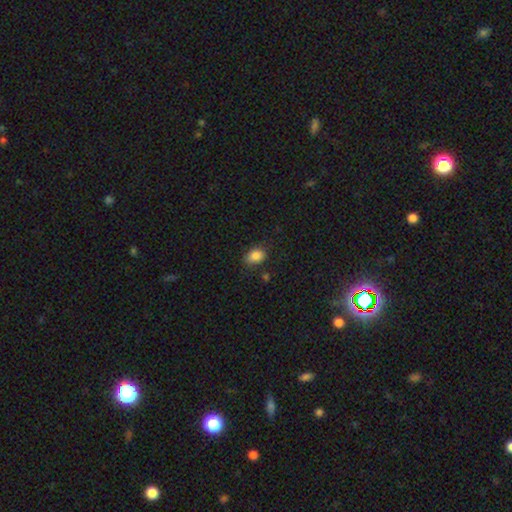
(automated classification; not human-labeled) Q: Smooth or featured?
A: smooth (85%); runner-up: star or artifact (10%)
Q: How rounded?
A: in between (72%); runner-up: round (27%)
Q: Merging?
A: none (71%); runner-up: minor disturbance (21%)